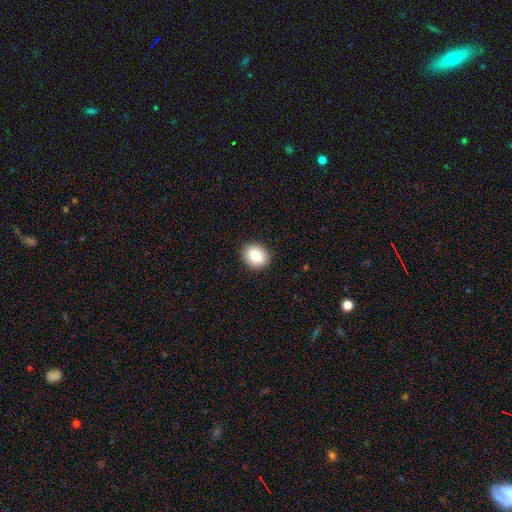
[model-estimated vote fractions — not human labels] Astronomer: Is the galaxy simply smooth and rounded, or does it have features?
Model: smooth — 83%.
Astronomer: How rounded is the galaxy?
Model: round — 62% (runner-up: in between, 37%).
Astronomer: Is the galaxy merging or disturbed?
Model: none — 91%.